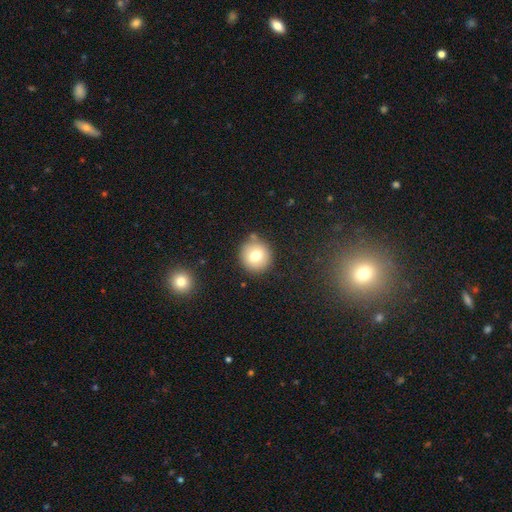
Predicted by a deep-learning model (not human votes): Morphology: type=smooth (75%); roundness=round (93%); merging=none (82%).